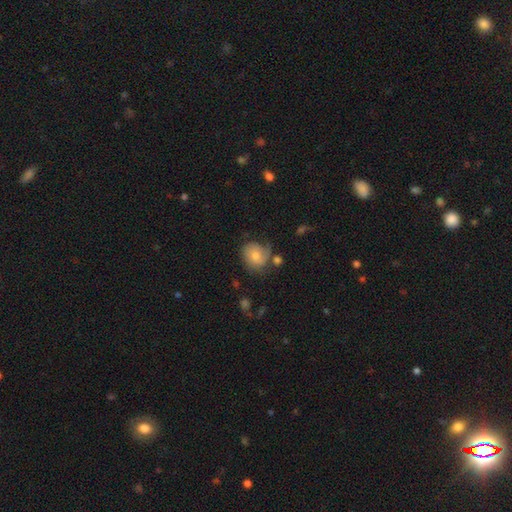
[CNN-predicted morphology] This appears to be a smooth galaxy with no disk features (55%) that is round (69%). Merging: none (52%).